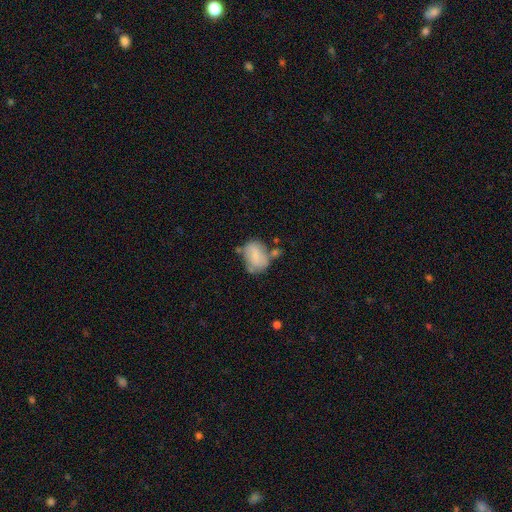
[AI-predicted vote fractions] Morphology: type=smooth (68%); roundness=in between (66%); merging=none (43%).